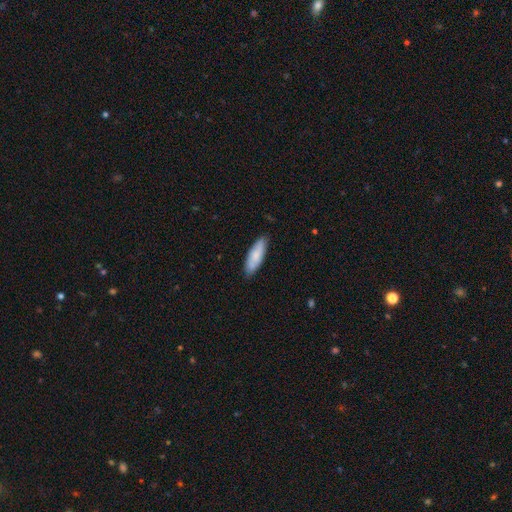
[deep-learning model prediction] smooth_or_featured: smooth (p=0.75) [alt: featured or disk p=0.19]
how_rounded: in between (p=0.56) [alt: cigar-shaped p=0.42]
merging: none (p=0.83) [alt: minor disturbance p=0.14]